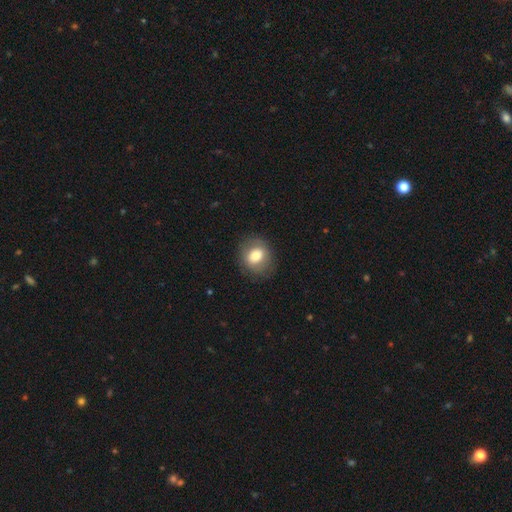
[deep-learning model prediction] Smooth or featured? smooth (74%)
How rounded? round (63%)
Merging? none (81%)